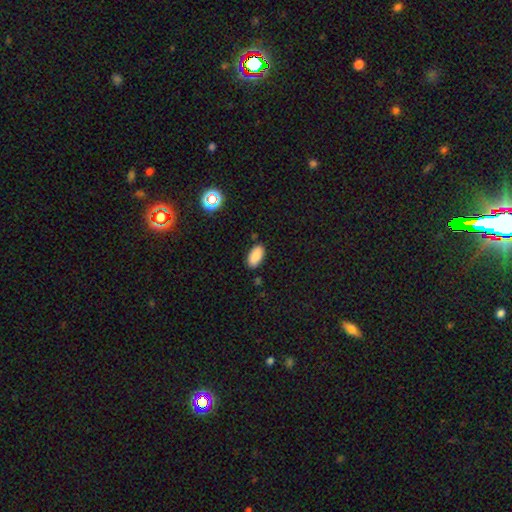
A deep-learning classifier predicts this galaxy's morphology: A smooth galaxy with no disk features (87%) that is in between round and cigar-shaped (92%). Merging: none (85%).